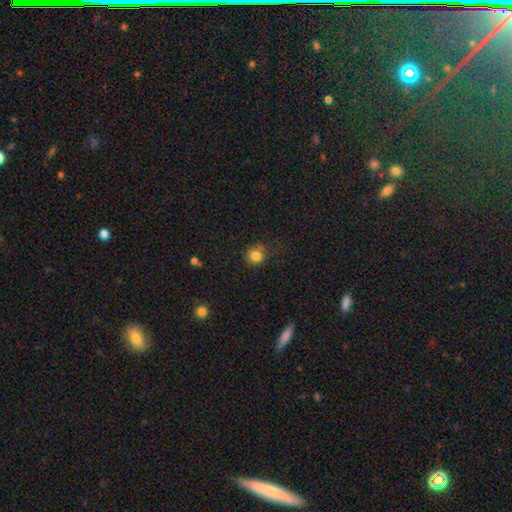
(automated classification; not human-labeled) Smooth or featured? smooth (83%)
How rounded? round (90%)
Merging? none (76%)